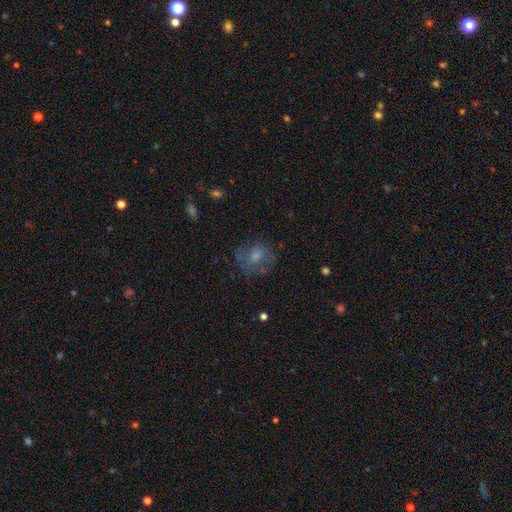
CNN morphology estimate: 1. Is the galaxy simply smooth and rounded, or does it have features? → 49% smooth, 37% featured or disk, 14% star or artifact.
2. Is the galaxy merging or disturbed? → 63% none, 20% minor disturbance, 16% major disturbance, 2% merger.